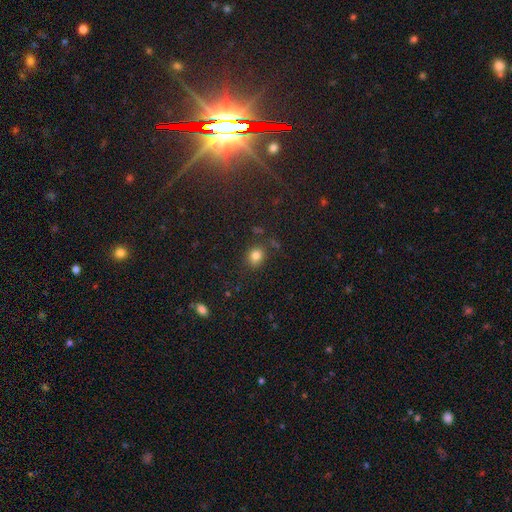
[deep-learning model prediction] smooth_or_featured: smooth (p=0.80) [alt: star or artifact p=0.13]
how_rounded: round (p=0.67) [alt: in between p=0.32]
merging: none (p=0.79) [alt: minor disturbance p=0.13]